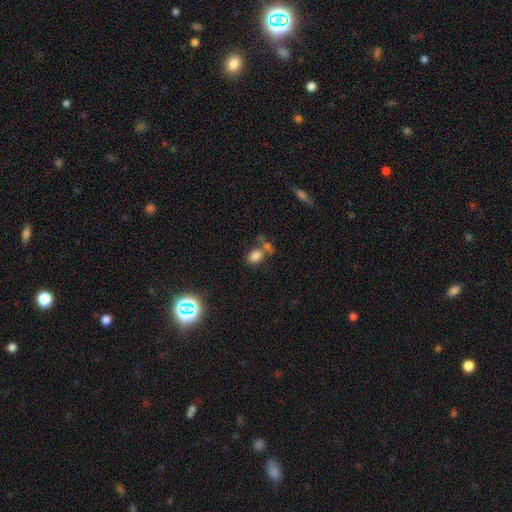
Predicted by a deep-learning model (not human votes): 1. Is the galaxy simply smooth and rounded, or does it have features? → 78% smooth, 13% star or artifact, 8% featured or disk.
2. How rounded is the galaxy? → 73% in between, 26% round, 1% cigar-shaped.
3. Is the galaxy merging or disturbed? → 50% none, 30% merger, 13% minor disturbance, 7% major disturbance.